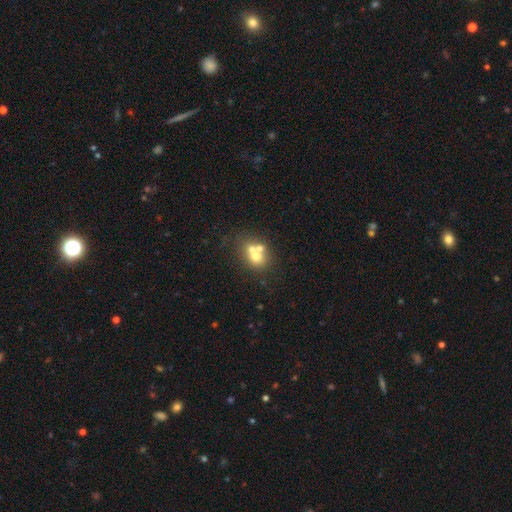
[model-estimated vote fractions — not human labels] This is possibly a smooth galaxy (58%). How rounded: likely round (71%). Merging: possibly merger (54%).